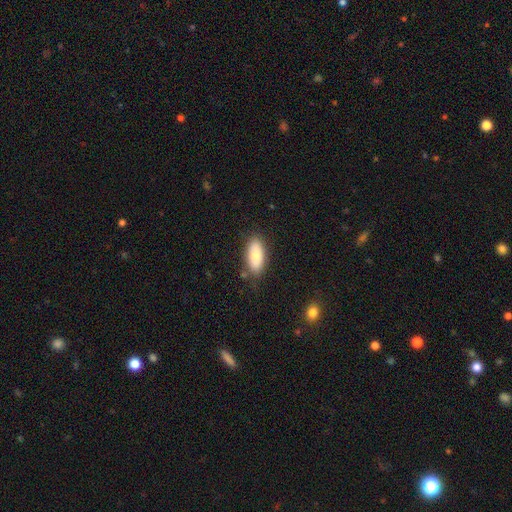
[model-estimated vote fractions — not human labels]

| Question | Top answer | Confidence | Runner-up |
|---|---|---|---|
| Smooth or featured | smooth | 80% | featured or disk (14%) |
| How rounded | in between | 86% | cigar-shaped (11%) |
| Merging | none | 80% | minor disturbance (14%) |